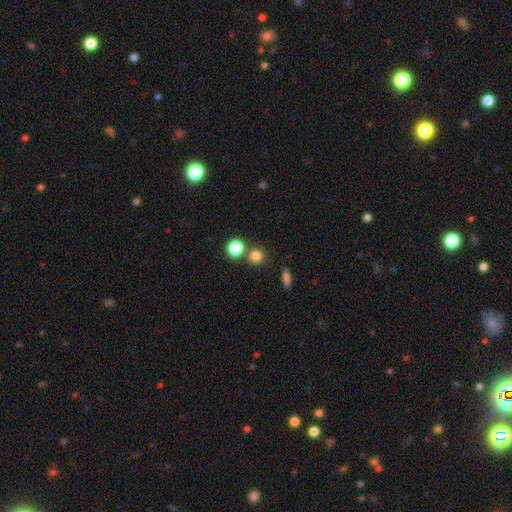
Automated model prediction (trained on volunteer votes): A smooth galaxy with no disk features (80%) that is round (85%). Merging: none (71%).